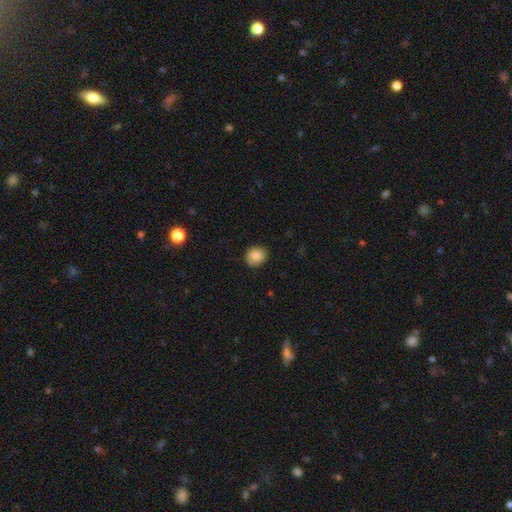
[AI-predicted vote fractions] smooth-or-featured: smooth: 83% | featured or disk: 9% | star or artifact: 8%
  how-rounded: round: 74% | in between: 25% | cigar-shaped: 1%
  merging: none: 85% | minor disturbance: 12% | major disturbance: 2% | merger: 1%